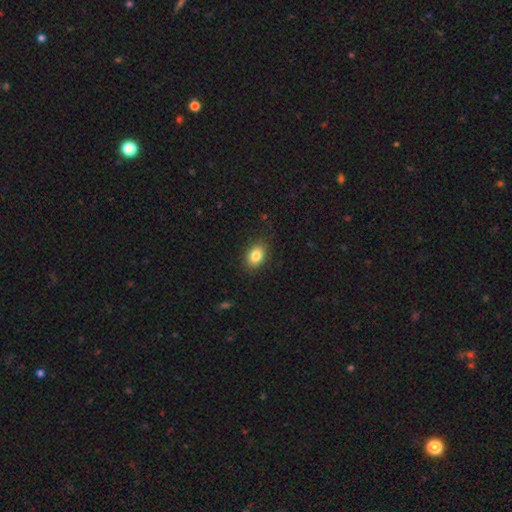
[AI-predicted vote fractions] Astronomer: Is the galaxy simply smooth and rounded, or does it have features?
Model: smooth — 84%.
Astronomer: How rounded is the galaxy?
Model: in between — 74%.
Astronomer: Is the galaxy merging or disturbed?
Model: none — 86%.